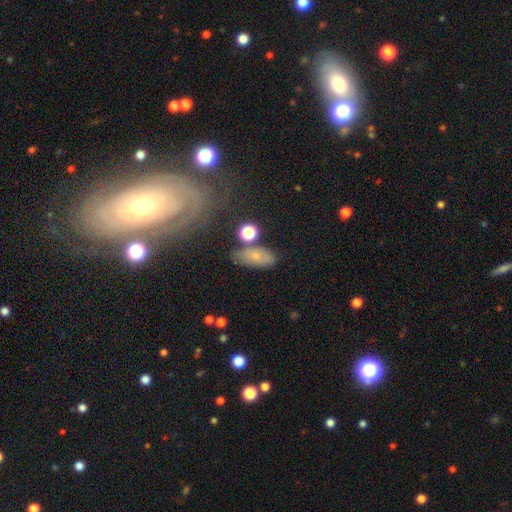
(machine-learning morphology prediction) A smooth galaxy with no disk features (67%) that is in between round and cigar-shaped (82%).

Vote fractions:
- Smooth or featured? smooth: 67% / featured or disk: 20% / star or artifact: 13%
- How rounded? in between: 82% / round: 10% / cigar-shaped: 9%
- Merging? none: 64% / minor disturbance: 19% / merger: 10% / major disturbance: 7%